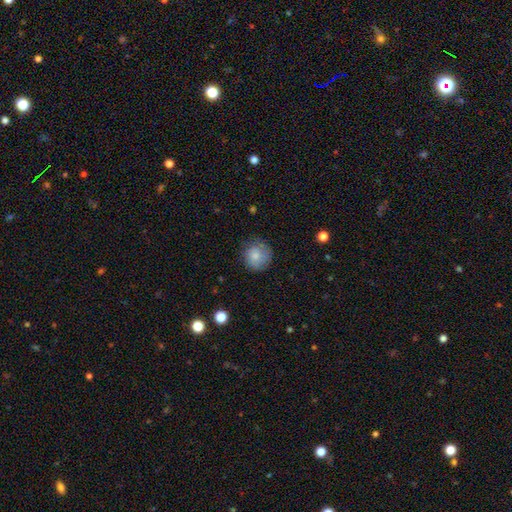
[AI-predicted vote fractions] Morphology: type=smooth (79%); roundness=round (90%); merging=none (72%).